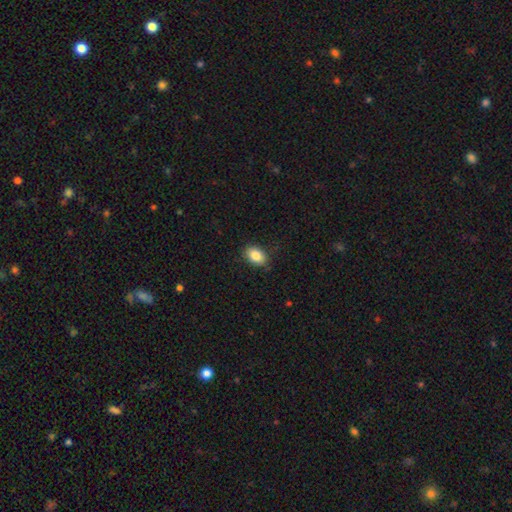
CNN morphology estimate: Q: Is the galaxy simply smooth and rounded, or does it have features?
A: smooth — 85%.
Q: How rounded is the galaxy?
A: in between — 85%.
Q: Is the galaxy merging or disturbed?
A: none — 84%.